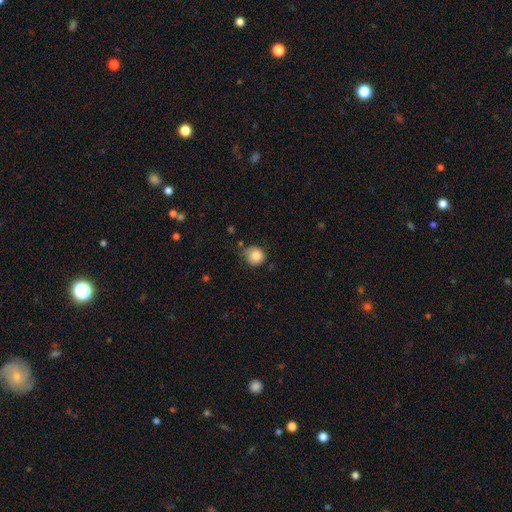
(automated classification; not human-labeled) smooth_or_featured: smooth (p=0.84) [alt: star or artifact p=0.09]
how_rounded: round (p=0.84) [alt: in between p=0.15]
merging: none (p=0.61) [alt: minor disturbance p=0.29]